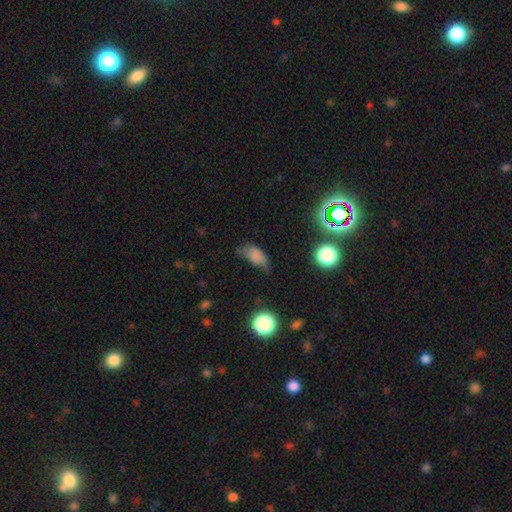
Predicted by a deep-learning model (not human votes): smooth-or-featured: smooth: 69% | featured or disk: 16% | star or artifact: 15%
  how-rounded: in between: 89% | round: 7% | cigar-shaped: 5%
  merging: none: 38% (tied) | minor disturbance: 38% (tied) | major disturbance: 21% | merger: 3%